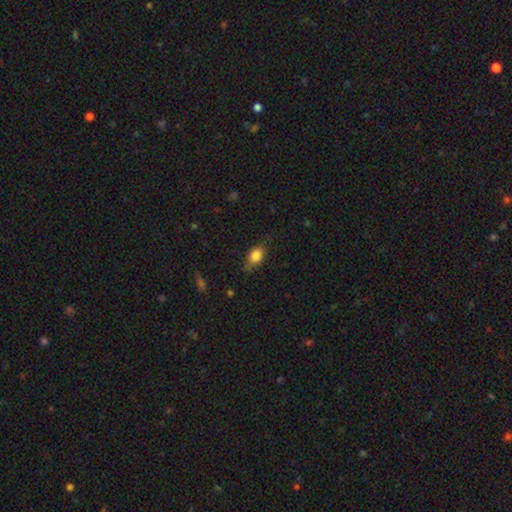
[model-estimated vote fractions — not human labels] Q: Smooth or featured?
A: smooth (83%); runner-up: featured or disk (9%)
Q: How rounded?
A: in between (78%); runner-up: round (18%)
Q: Merging?
A: none (69%); runner-up: minor disturbance (24%)